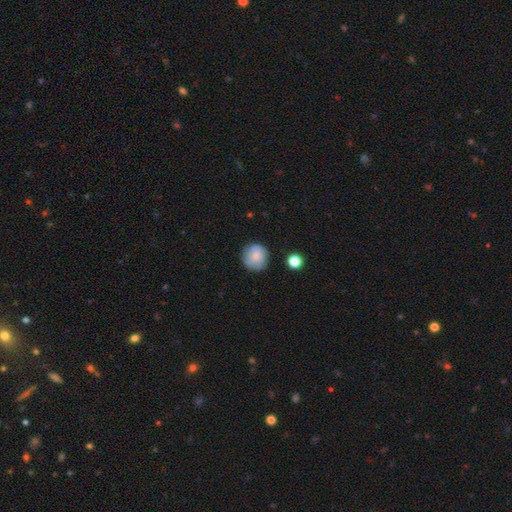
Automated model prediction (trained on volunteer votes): Smooth or featured?
  - smooth: 76% *
  - featured or disk: 17%
  - star or artifact: 8%
How rounded?
  - round: 92% *
  - in between: 7%
  - cigar-shaped: 1%
Merging?
  - none: 81% *
  - minor disturbance: 13%
  - major disturbance: 3%
  - merger: 2%